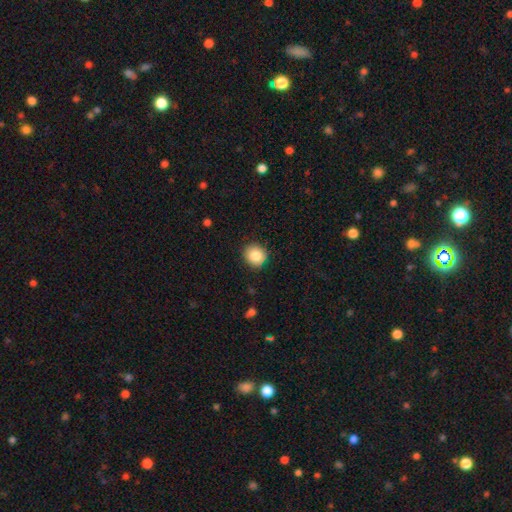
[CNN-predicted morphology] type=smooth (85%); roundness=round (88%); merging=none (87%).